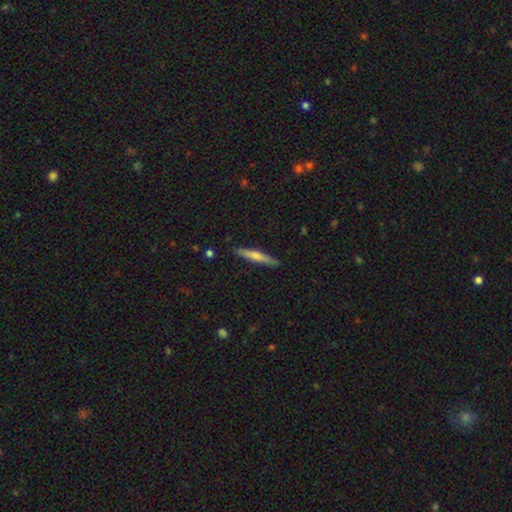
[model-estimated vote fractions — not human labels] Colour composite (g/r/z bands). It shows a smooth galaxy with no disk features (61%) that is cigar-shaped (94%). Merging: none (89%).